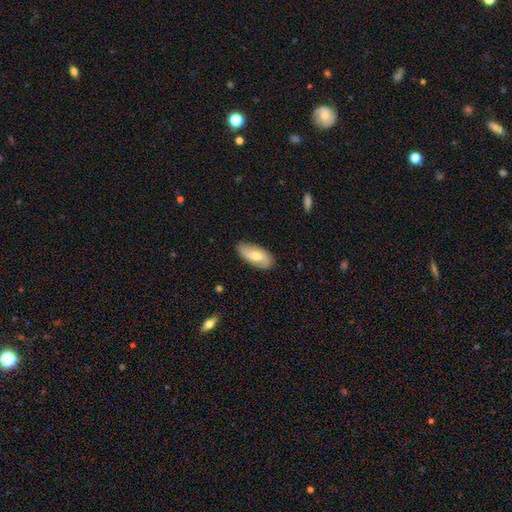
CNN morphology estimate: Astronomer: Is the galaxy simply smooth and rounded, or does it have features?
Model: smooth — 47%, tied with featured or disk at 47%.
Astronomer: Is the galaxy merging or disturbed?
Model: none — 84%.